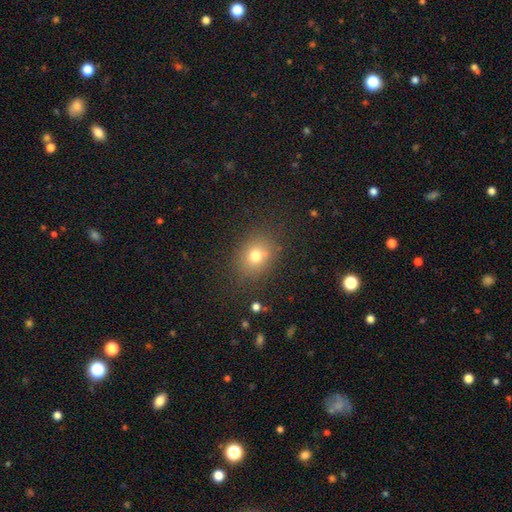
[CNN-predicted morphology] Smooth or featured?
  - smooth: 74% *
  - star or artifact: 15%
  - featured or disk: 11%
How rounded?
  - round: 57% *
  - in between: 42%
  - cigar-shaped: 1%
Merging?
  - none: 79% *
  - minor disturbance: 13%
  - major disturbance: 5%
  - merger: 3%